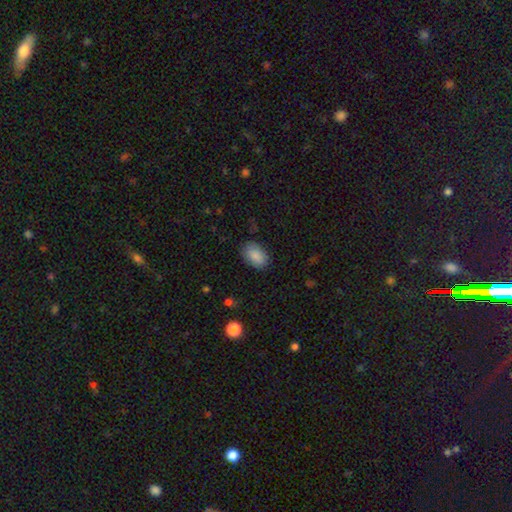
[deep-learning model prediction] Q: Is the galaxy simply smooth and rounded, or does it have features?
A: smooth — 89%.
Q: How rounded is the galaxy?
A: in between — 90%.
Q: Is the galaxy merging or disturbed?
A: none — 82%.